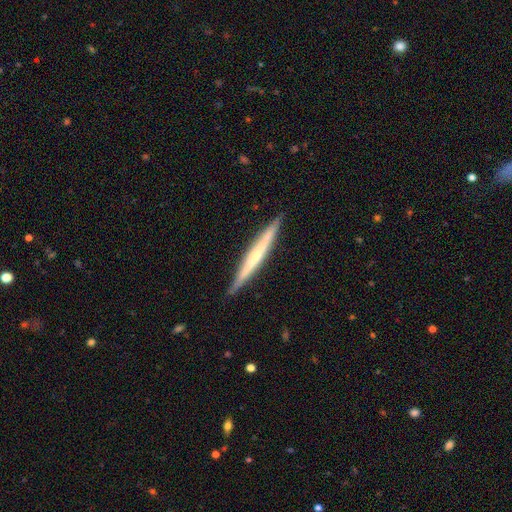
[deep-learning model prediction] smooth_or_featured: featured or disk (p=0.58) [alt: smooth p=0.37]
disk_edge_on: yes (p=0.97) [alt: no p=0.03]
edge_on_bulge: none (p=0.63) [alt: rounded p=0.28]
merging: none (p=0.90) [alt: minor disturbance p=0.07]